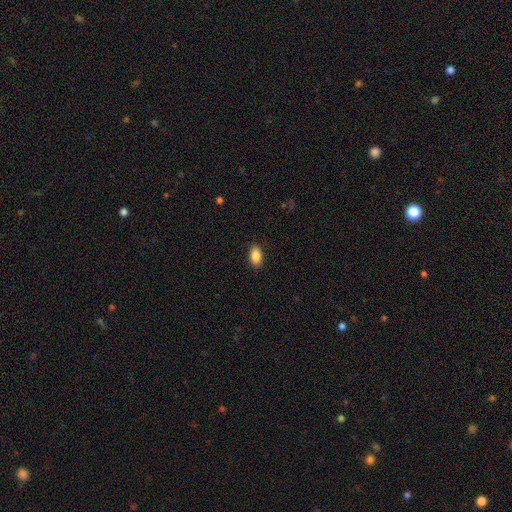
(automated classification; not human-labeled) Morphology: type=smooth (89%); roundness=in between (92%); merging=none (89%).